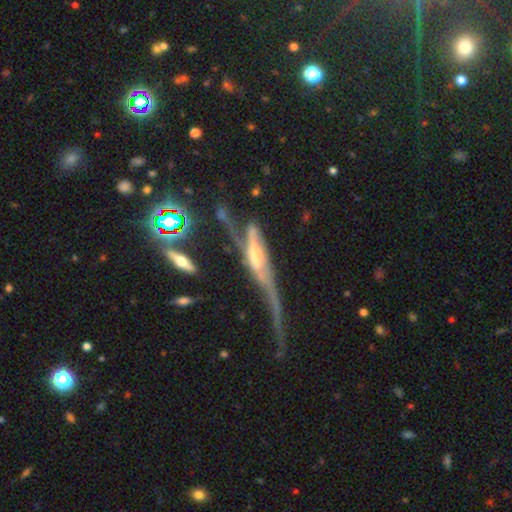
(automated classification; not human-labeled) A featured or disk galaxy (70%) viewed edge-on (57%).

Vote fractions:
- Smooth or featured? featured or disk: 70% / smooth: 22% / star or artifact: 8%
- Edge-on disk? yes: 57% / no: 43%
- Merging? major disturbance: 47% / none: 23% / minor disturbance: 19% / merger: 12%